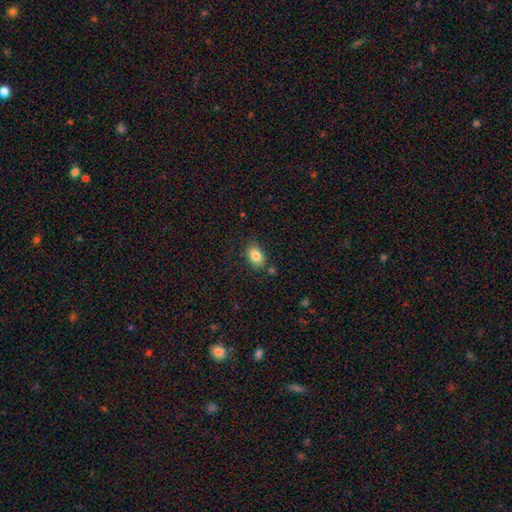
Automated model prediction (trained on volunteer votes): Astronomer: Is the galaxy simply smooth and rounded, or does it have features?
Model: smooth — 82%.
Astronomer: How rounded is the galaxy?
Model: in between — 85%.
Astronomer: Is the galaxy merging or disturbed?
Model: none — 79%.